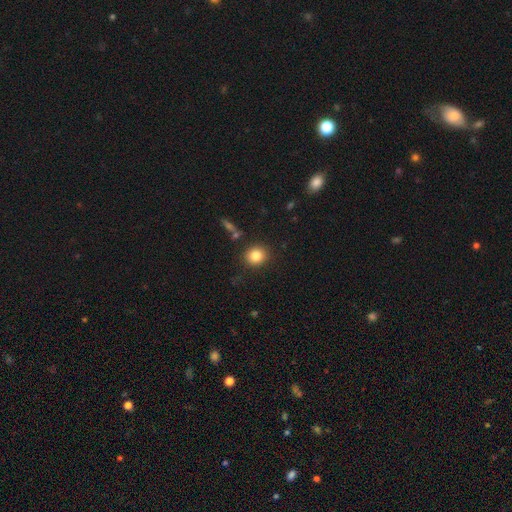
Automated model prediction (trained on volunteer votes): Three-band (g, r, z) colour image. It shows a smooth galaxy with no disk features (84%) that is round (79%). Merging: none (87%).